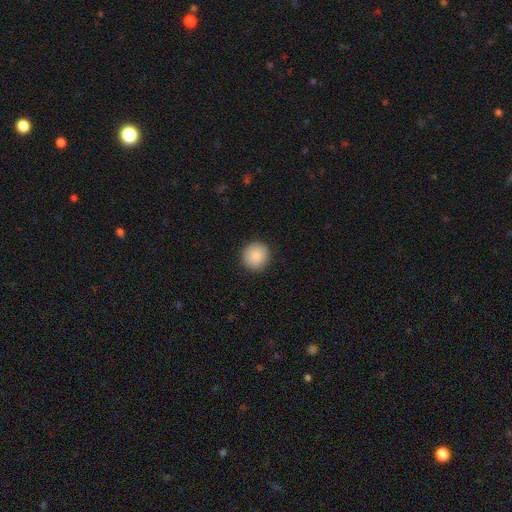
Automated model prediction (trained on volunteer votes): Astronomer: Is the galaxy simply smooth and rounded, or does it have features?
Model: smooth — 87%.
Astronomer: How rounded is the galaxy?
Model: round — 94%.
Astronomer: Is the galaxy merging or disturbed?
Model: none — 91%.